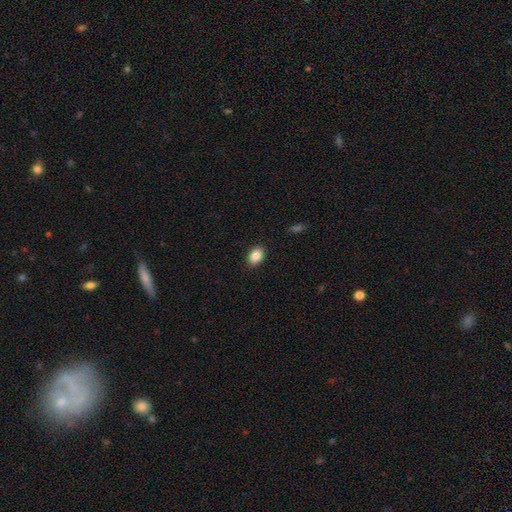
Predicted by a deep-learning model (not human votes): A smooth galaxy with no disk features (89%) that is in between round and cigar-shaped (81%).

Vote fractions:
- Smooth or featured? smooth: 89% / star or artifact: 8% / featured or disk: 4%
- How rounded? in between: 81% / round: 18% / cigar-shaped: 1%
- Merging? none: 89% / minor disturbance: 8% / major disturbance: 2% / merger: 1%